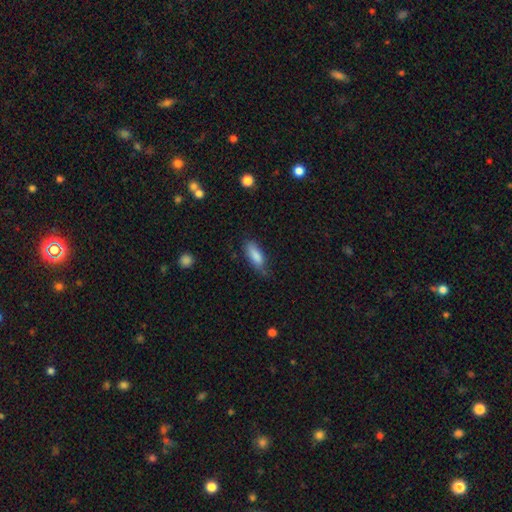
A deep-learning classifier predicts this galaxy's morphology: Smooth or featured?
  - smooth: 84% *
  - featured or disk: 10%
  - star or artifact: 7%
How rounded?
  - in between: 66% *
  - cigar-shaped: 32%
  - round: 2%
Merging?
  - none: 65% *
  - minor disturbance: 27%
  - major disturbance: 6%
  - merger: 2%